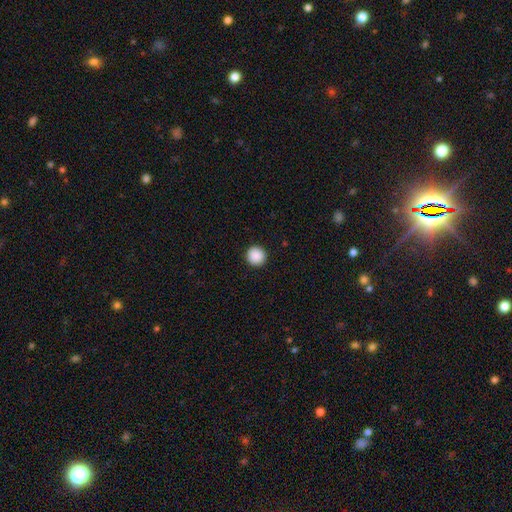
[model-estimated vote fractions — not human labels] smooth 89%, star or artifact 8%, featured or disk 2%. Down the decision tree: how rounded — round (95%); merging — none (93%).